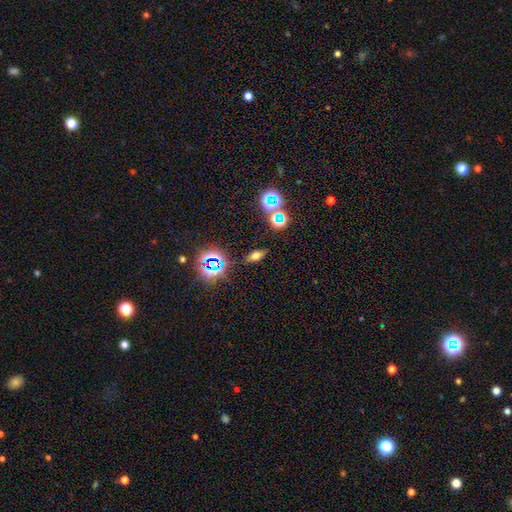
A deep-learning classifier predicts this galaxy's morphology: smooth 58%, star or artifact 27%, featured or disk 15%. Down the decision tree: how rounded — in between (76%); merging — none (84%).